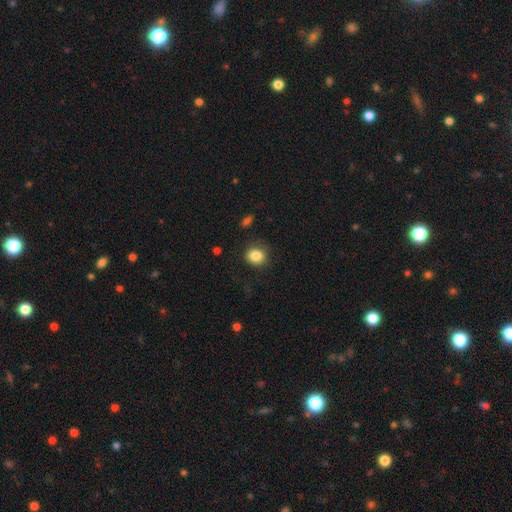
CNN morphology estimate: Smooth or featured?
  - smooth: 85% *
  - star or artifact: 10%
  - featured or disk: 6%
How rounded?
  - round: 76% *
  - in between: 23%
  - cigar-shaped: 1%
Merging?
  - none: 81% *
  - minor disturbance: 13%
  - major disturbance: 4%
  - merger: 1%